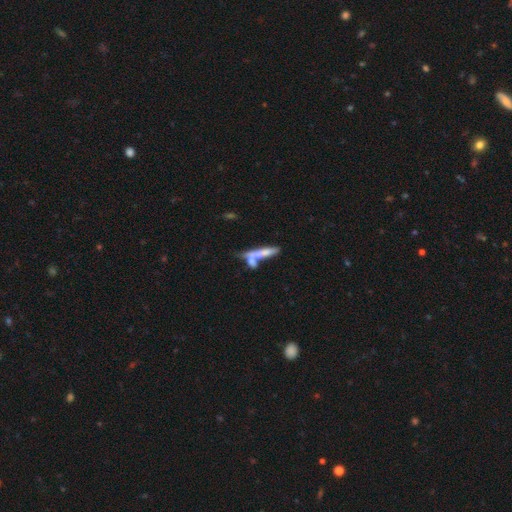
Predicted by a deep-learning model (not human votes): smooth_or_featured: smooth (p=0.52) [alt: featured or disk p=0.39]
how_rounded: cigar-shaped (p=0.74) [alt: in between p=0.23]
merging: merger (p=0.53) [alt: none p=0.29]